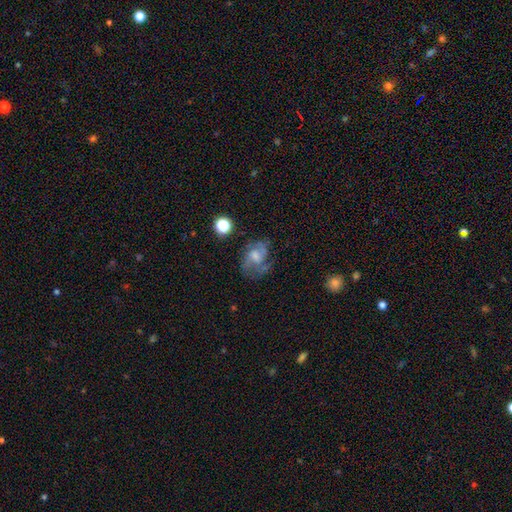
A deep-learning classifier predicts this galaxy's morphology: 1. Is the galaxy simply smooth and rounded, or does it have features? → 63% featured or disk, 25% smooth, 11% star or artifact.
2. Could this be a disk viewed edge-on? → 97% no, 3% yes.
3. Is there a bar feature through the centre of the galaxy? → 58% no, 36% weak, 6% strong.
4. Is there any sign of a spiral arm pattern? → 80% yes, 20% no.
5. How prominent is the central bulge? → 42% moderate, 28% small, 18% none, 11% large, 2% dominant.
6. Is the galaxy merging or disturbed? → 52% none, 23% minor disturbance, 22% major disturbance, 3% merger.